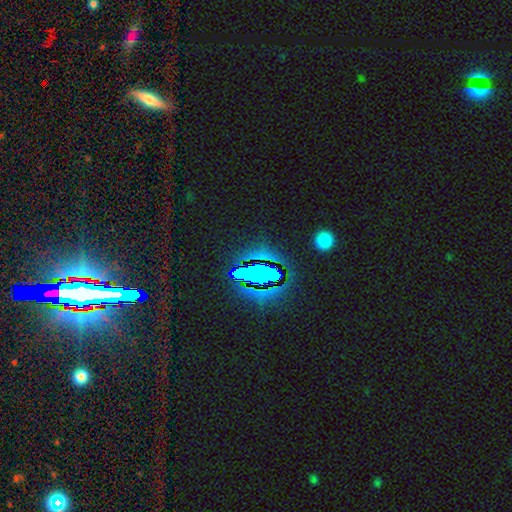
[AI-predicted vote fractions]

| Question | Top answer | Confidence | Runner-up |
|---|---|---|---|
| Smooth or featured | star or artifact | 80% | featured or disk (10%) |